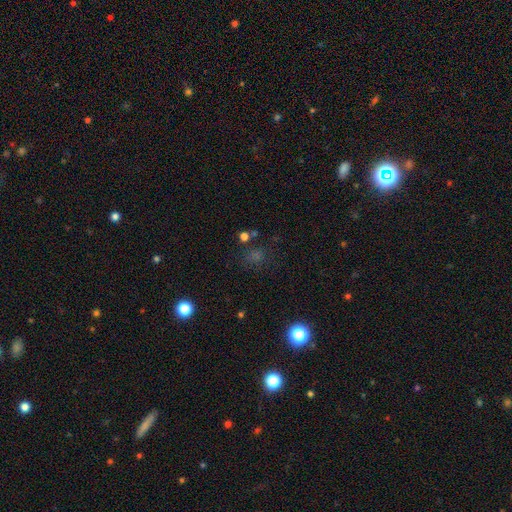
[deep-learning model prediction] Smooth or featured?
  - star or artifact: 46% *
  - smooth: 43%
  - featured or disk: 11%